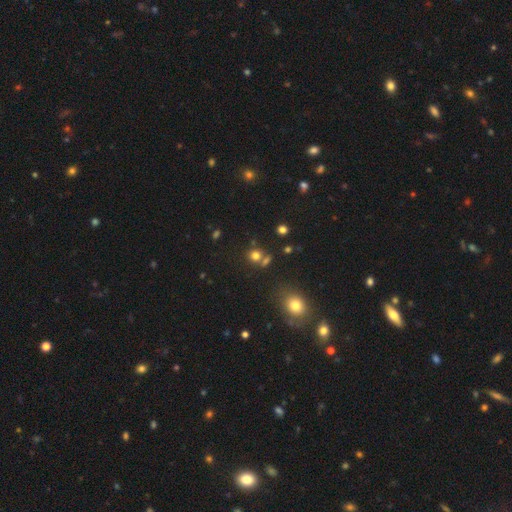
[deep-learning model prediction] Overall: smooth (72%). How rounded: round (84%). Merging: none (61%; merger 26%).